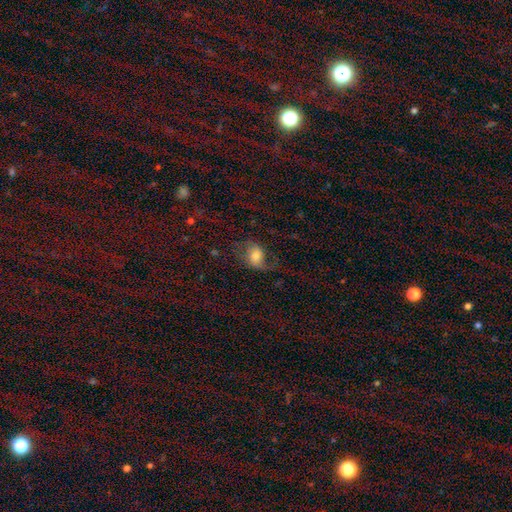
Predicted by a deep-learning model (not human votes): Smooth or featured: smooth — 45% (featured or disk — 43%)
Merging: none — 51% (major disturbance — 25%)